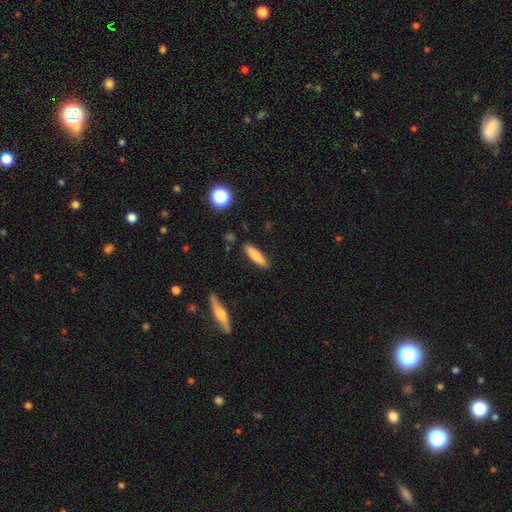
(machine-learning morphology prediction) Q: Smooth or featured?
A: smooth (81%); runner-up: featured or disk (12%)
Q: How rounded?
A: cigar-shaped (70%); runner-up: in between (28%)
Q: Merging?
A: none (87%); runner-up: minor disturbance (9%)